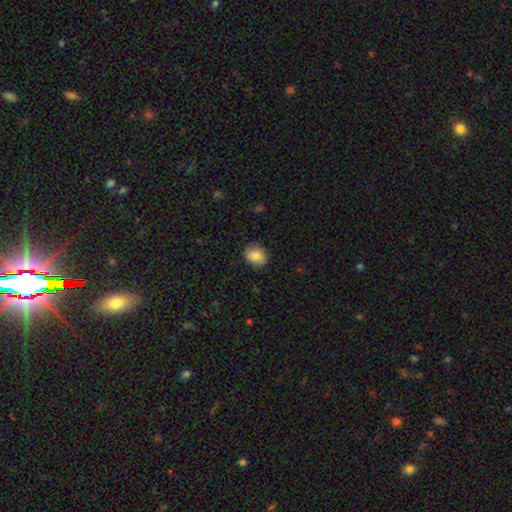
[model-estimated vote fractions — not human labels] smooth_or_featured: smooth (p=0.85) [alt: star or artifact p=0.08]
how_rounded: round (p=0.55) [alt: in between p=0.44]
merging: none (p=0.86) [alt: minor disturbance p=0.10]